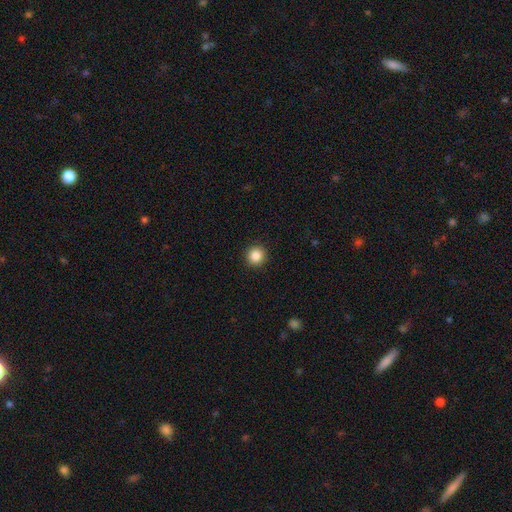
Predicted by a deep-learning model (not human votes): Smooth or featured? smooth (86%)
How rounded? round (95%)
Merging? none (93%)